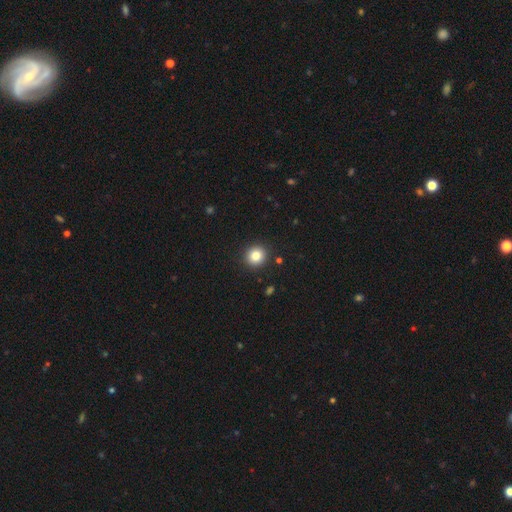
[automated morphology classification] type=smooth (84%); roundness=round (90%); merging=none (92%).